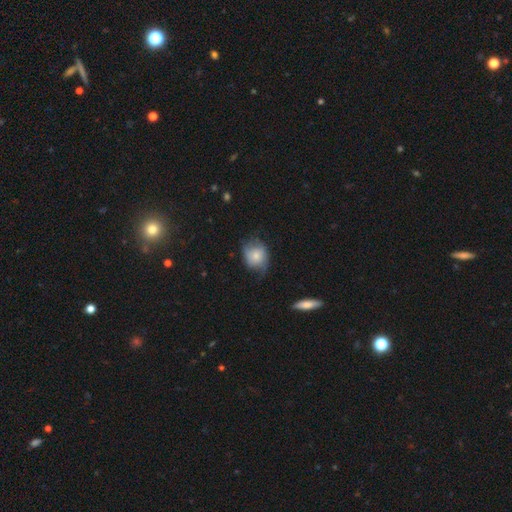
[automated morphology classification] Smooth or featured? smooth (64%)
How rounded? round (56%)
Merging? none (48%)